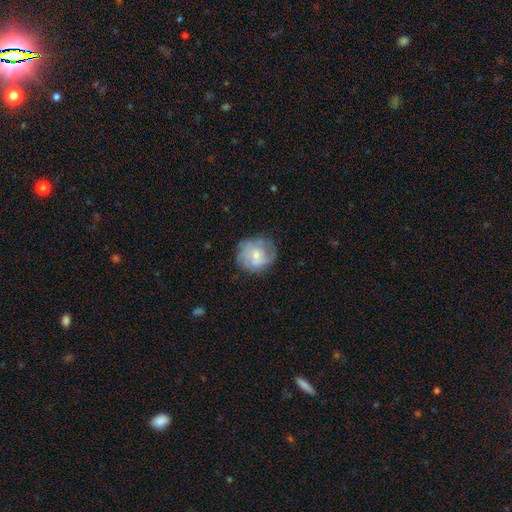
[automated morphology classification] This appears to be a smooth galaxy with no disk features (54%) that is round (80%). Merging: none (68%).